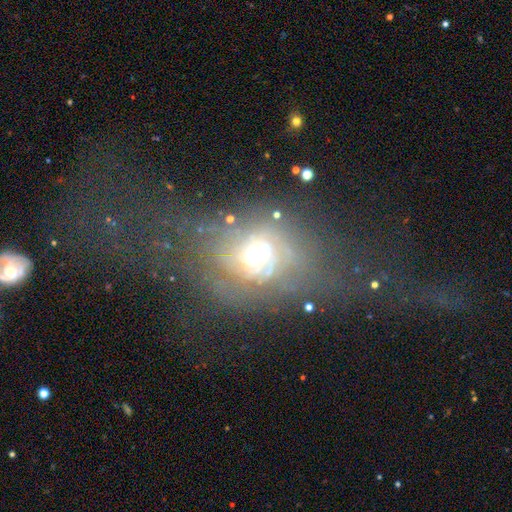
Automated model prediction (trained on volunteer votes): Smooth or featured? featured or disk (58%)
Edge-on disk? no (90%)
Bar? no (75%)
Spiral arms? no (59%)
Bulge size? moderate (60%)
Merging? none (40%)